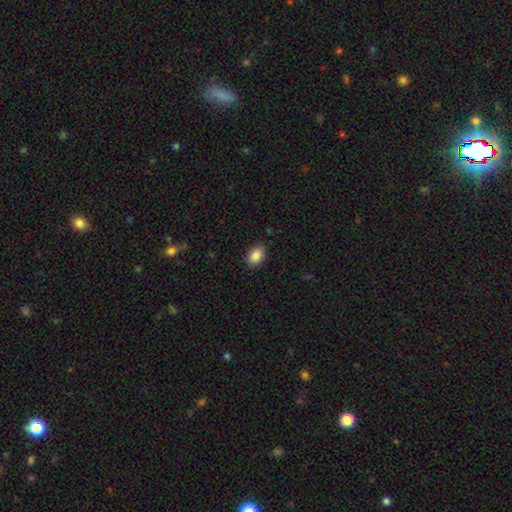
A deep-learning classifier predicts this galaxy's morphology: Q: Smooth or featured?
A: smooth (88%); runner-up: star or artifact (8%)
Q: How rounded?
A: in between (82%); runner-up: round (17%)
Q: Merging?
A: none (87%); runner-up: minor disturbance (10%)